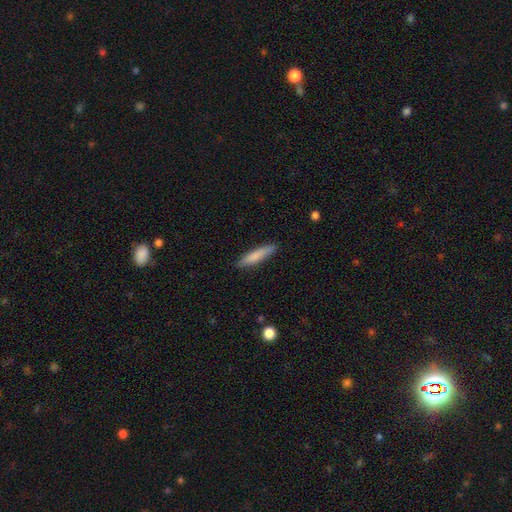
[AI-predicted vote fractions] smooth_or_featured: smooth (p=0.79) [alt: featured or disk p=0.15]
how_rounded: cigar-shaped (p=0.86) [alt: in between p=0.12]
merging: none (p=0.87) [alt: minor disturbance p=0.10]